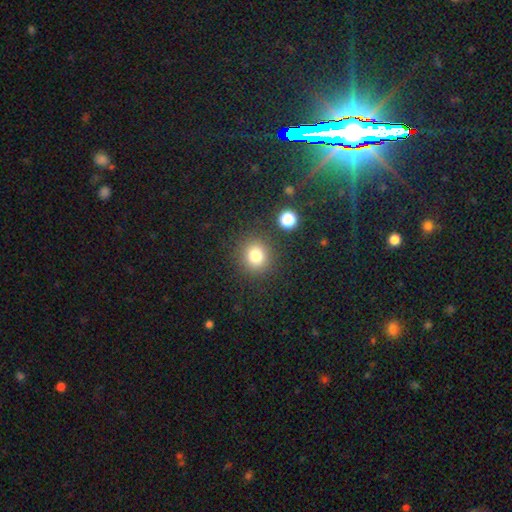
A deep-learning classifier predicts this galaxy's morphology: type=smooth (79%); roundness=round (88%); merging=none (86%).